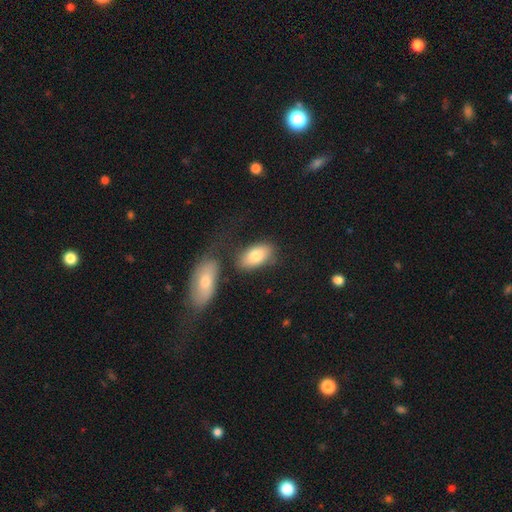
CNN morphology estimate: This is likely a smooth galaxy (77%). How rounded: clearly in between (91%). Merging: likely none (64%).